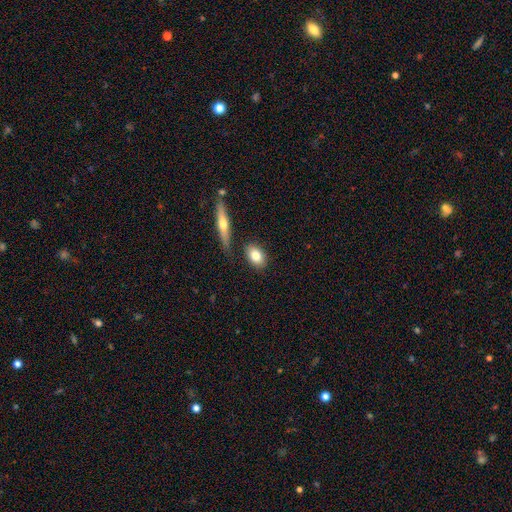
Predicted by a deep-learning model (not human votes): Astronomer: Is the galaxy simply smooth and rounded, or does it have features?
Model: smooth — 78%.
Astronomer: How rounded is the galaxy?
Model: in between — 78%.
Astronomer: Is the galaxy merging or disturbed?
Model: none — 80%.